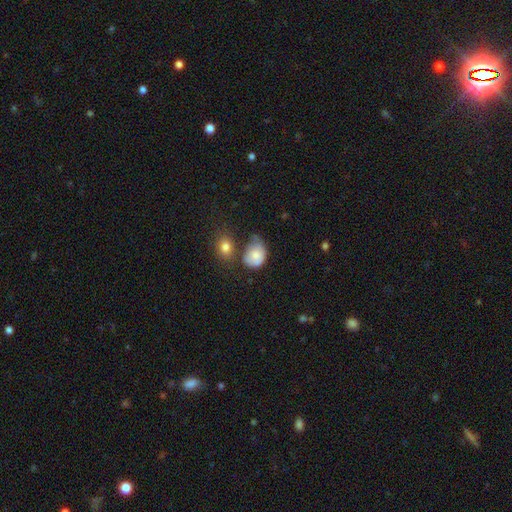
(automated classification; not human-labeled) Smooth or featured? Predicted: smooth (p=0.78). How rounded? Predicted: in between (p=0.56). Merging? Predicted: minor disturbance (p=0.36).